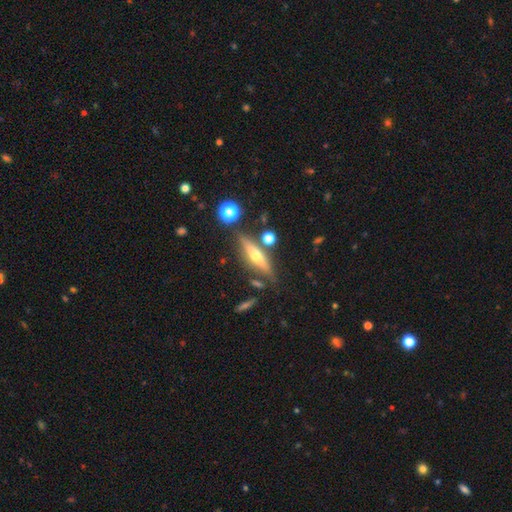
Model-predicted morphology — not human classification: A featured or disk galaxy (59%) viewed edge-on (93%) with a rounded central bulge (86%).

Vote fractions:
- Smooth or featured? featured or disk: 59% / smooth: 32% / star or artifact: 9%
- Edge-on disk? yes: 93% / no: 7%
- Edge-on bulge? rounded: 86% / none: 9% / boxy: 5%
- Merging? none: 77% / minor disturbance: 12% / merger: 7% / major disturbance: 3%